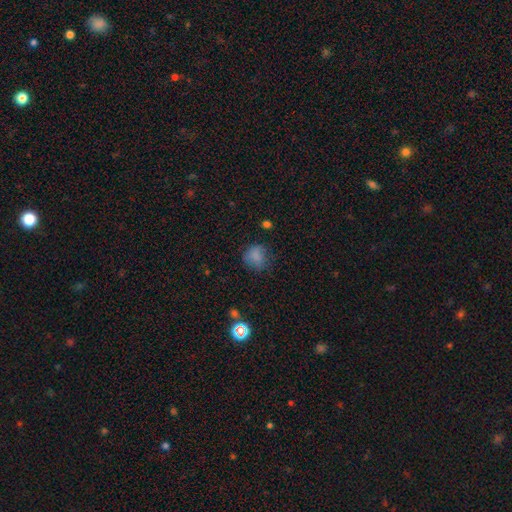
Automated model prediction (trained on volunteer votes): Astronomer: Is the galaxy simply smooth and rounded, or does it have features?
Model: smooth — 78%.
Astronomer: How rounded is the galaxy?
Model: round — 72%.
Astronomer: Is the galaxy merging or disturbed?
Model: none — 65%.